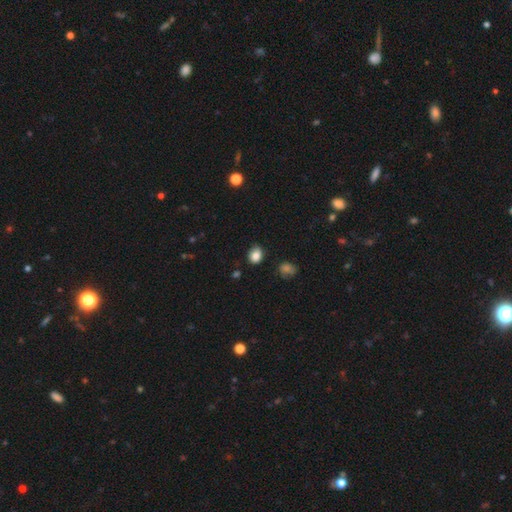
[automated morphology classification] Smooth or featured: smooth — 83% (star or artifact — 10%)
How rounded: in between — 51% (round — 47%)
Merging: none — 70% (minor disturbance — 24%)